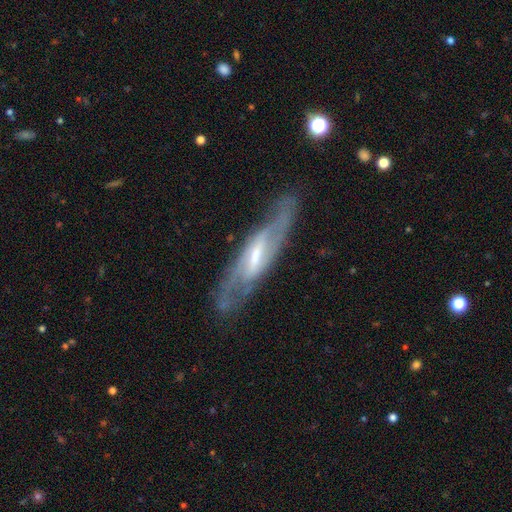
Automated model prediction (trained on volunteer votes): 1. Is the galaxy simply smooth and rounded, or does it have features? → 81% featured or disk, 13% smooth, 6% star or artifact.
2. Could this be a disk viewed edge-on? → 67% no, 33% yes.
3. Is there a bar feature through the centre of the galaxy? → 47% strong, 39% weak, 13% no.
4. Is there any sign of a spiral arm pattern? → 85% yes, 15% no.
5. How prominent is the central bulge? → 44% small, 42% moderate, 7% large, 6% none, 1% dominant.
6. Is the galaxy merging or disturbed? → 75% none, 16% minor disturbance, 7% major disturbance, 2% merger.